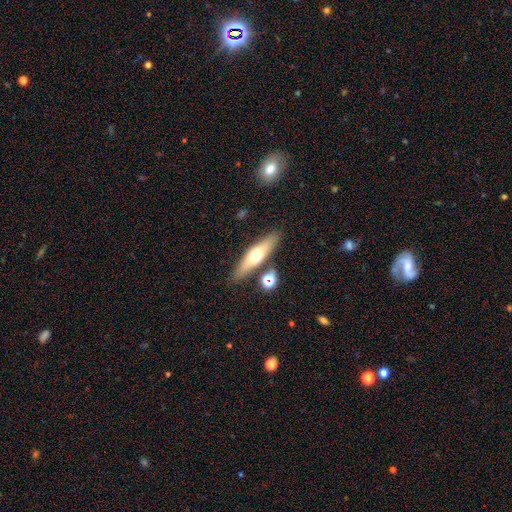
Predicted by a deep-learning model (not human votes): This appears to be a smooth galaxy with no disk features (49%). Merging: none (82%).